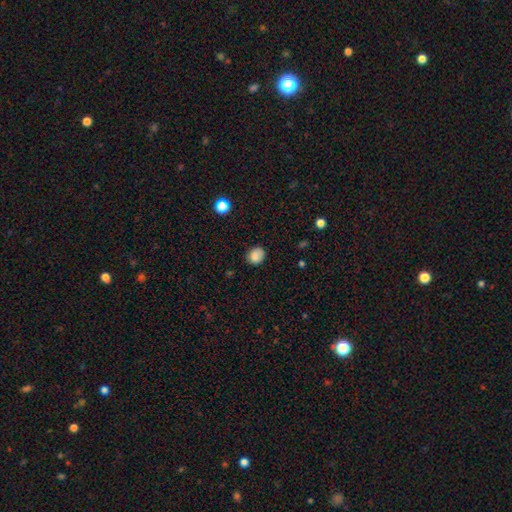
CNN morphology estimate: A smooth galaxy with no disk features (83%) that is round (63%).

Vote fractions:
- Smooth or featured? smooth: 83% / star or artifact: 11% / featured or disk: 6%
- How rounded? round: 63% / in between: 36% / cigar-shaped: 1%
- Merging? none: 77% / minor disturbance: 17% / major disturbance: 4% / merger: 2%